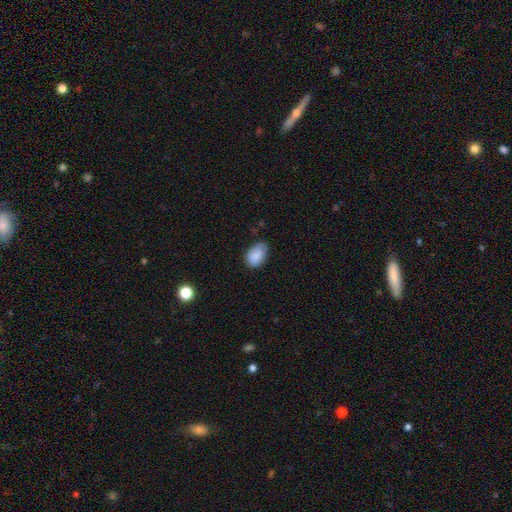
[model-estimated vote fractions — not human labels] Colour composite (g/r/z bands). It shows a smooth galaxy with no disk features (86%) that is in between round and cigar-shaped (87%). Merging: none (64%).